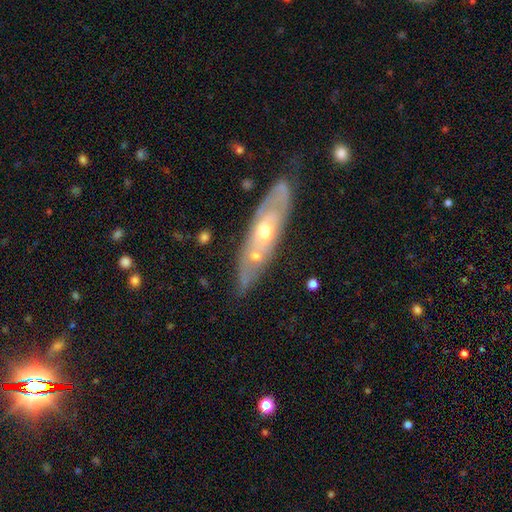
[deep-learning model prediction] featured or disk 61%, smooth 32%, star or artifact 7%. Down the decision tree: edge-on disk — no (63%); merging — none (64%).